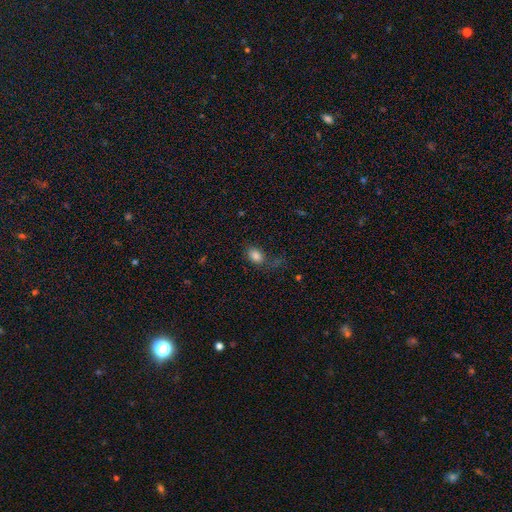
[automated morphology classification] The model was most divided on "merging": none: 61%, minor disturbance: 20%, major disturbance: 15%, merger: 4%. More confident: smooth or featured — smooth (84%); how rounded — in between (76%).